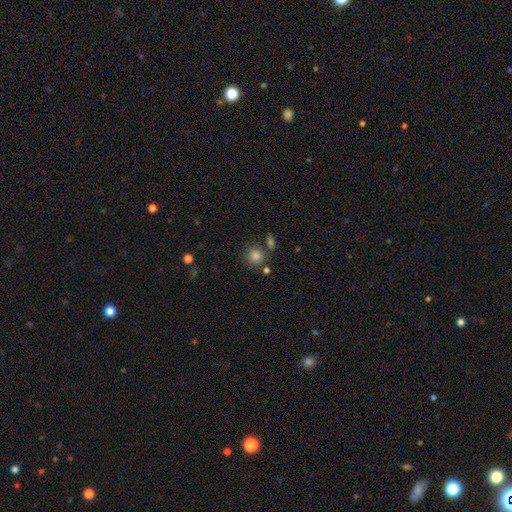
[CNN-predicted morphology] Smooth or featured? Predicted: smooth (p=0.83). How rounded? Predicted: round (p=0.89). Merging? Predicted: none (p=0.73).